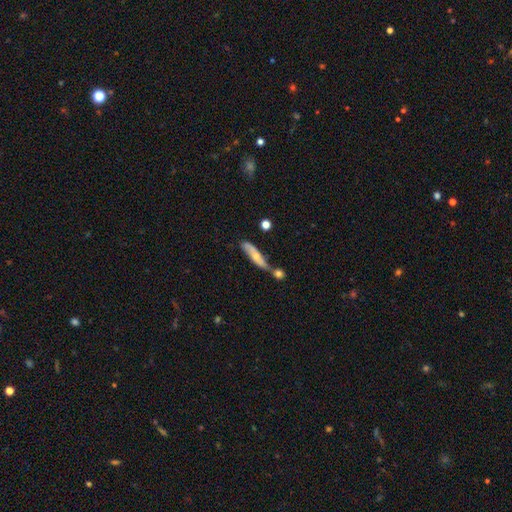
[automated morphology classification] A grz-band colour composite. It shows a smooth galaxy with no disk features (53%) that is cigar-shaped (71%). Merging: none (37%).